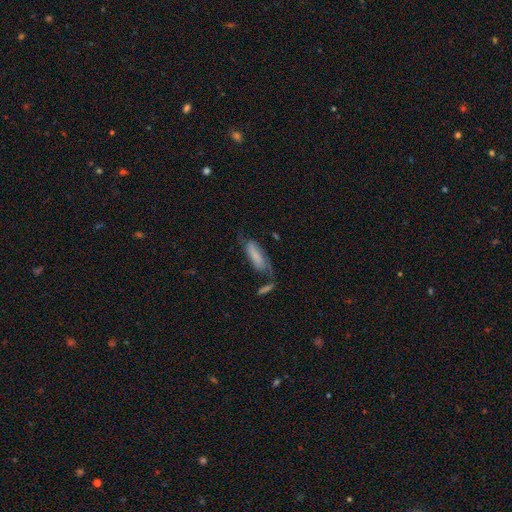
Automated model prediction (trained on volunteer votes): Smooth or featured? smooth (61%)
How rounded? in between (54%)
Merging? none (40%)